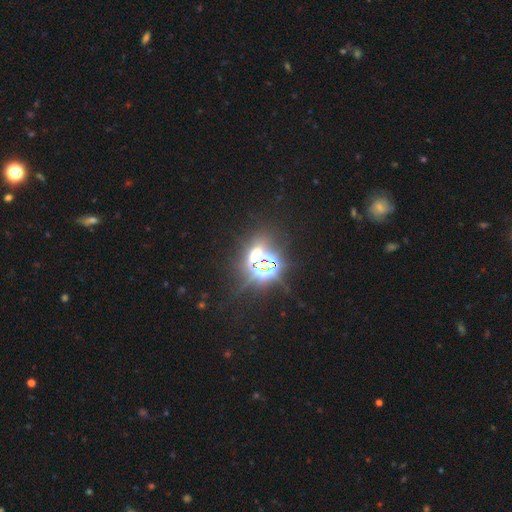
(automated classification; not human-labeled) Smooth or featured: star or artifact — 75% (smooth — 16%)